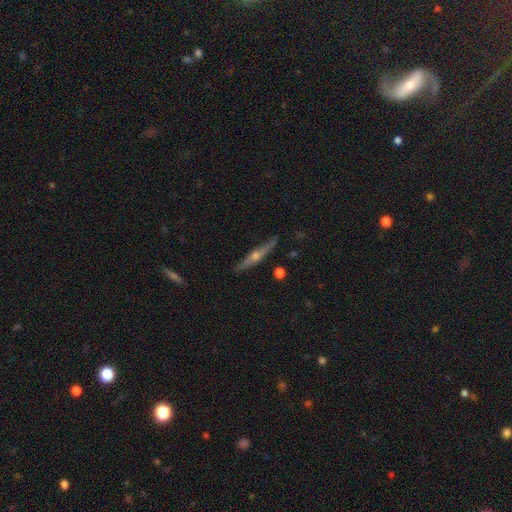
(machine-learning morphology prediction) featured or disk 73%, smooth 20%, star or artifact 7%. Down the decision tree: edge-on disk — yes (96%); edge-on bulge — rounded (89%); merging — none (86%).